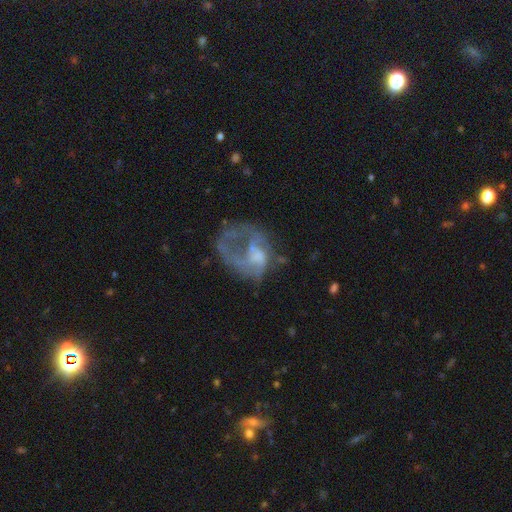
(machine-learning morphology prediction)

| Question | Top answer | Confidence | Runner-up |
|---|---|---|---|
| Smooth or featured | featured or disk | 64% | smooth (25%) |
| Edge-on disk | no | 98% | yes (2%) |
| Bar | no | 79% | weak (18%) |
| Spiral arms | no | 62% | yes (38%) |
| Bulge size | none | 43% | moderate (26%) |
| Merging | major disturbance | 53% | none (25%) |